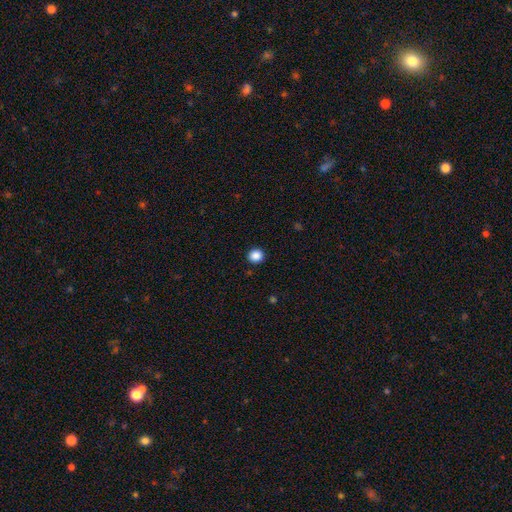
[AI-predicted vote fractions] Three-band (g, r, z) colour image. It shows a smooth galaxy with no disk features (87%) that is round (91%). Merging: none (93%).